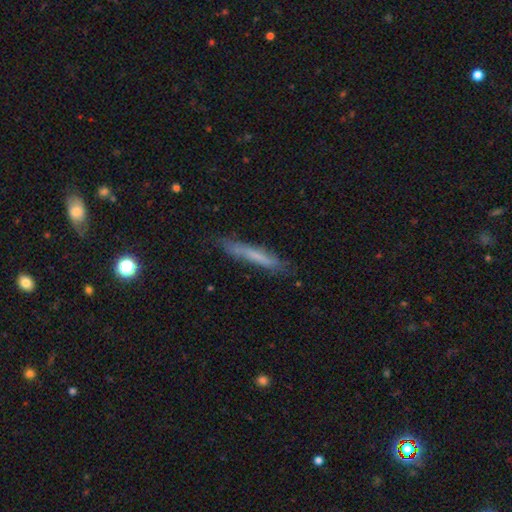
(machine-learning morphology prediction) Q: Smooth or featured?
A: smooth (57%); runner-up: featured or disk (35%)
Q: How rounded?
A: cigar-shaped (93%); runner-up: in between (5%)
Q: Merging?
A: none (77%); runner-up: minor disturbance (18%)